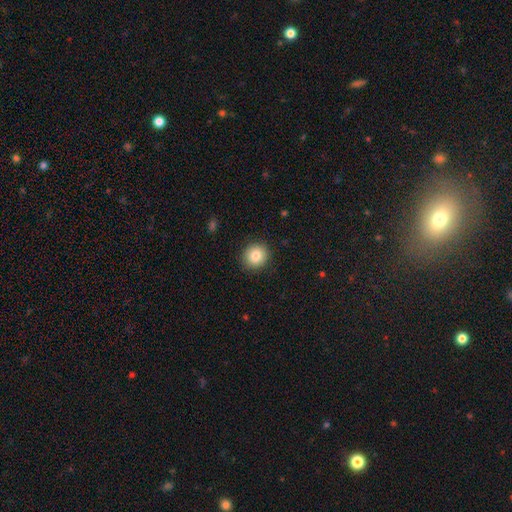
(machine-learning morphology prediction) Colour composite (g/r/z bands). It shows a smooth galaxy with no disk features (84%) that is round (86%). Merging: none (90%).